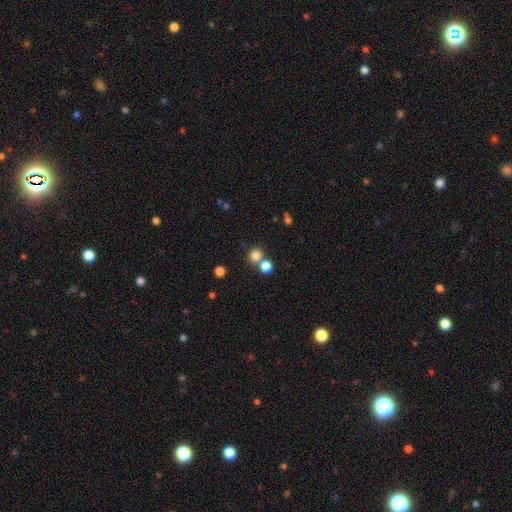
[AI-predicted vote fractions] A smooth galaxy with no disk features (80%) that is round (88%).

Vote fractions:
- Smooth or featured? smooth: 80% / star or artifact: 14% / featured or disk: 6%
- How rounded? round: 88% / in between: 11% / cigar-shaped: 1%
- Merging? none: 64% / merger: 26% / minor disturbance: 7% / major disturbance: 3%